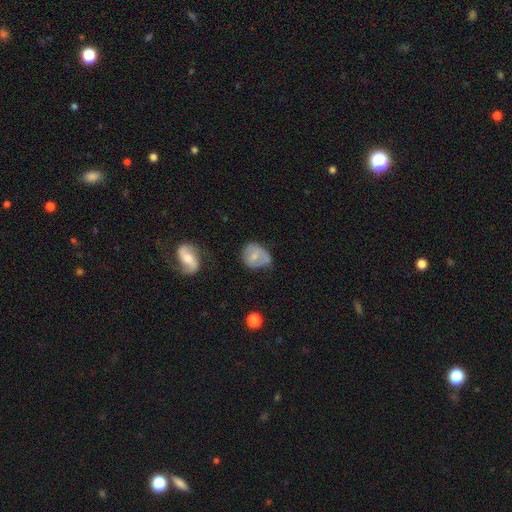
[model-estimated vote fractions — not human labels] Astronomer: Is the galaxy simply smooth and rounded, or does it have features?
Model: smooth — 55% (runner-up: featured or disk, 37%).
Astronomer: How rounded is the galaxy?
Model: round — 53% (runner-up: in between, 46%).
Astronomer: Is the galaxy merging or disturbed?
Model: none — 43% (runner-up: minor disturbance, 36%).